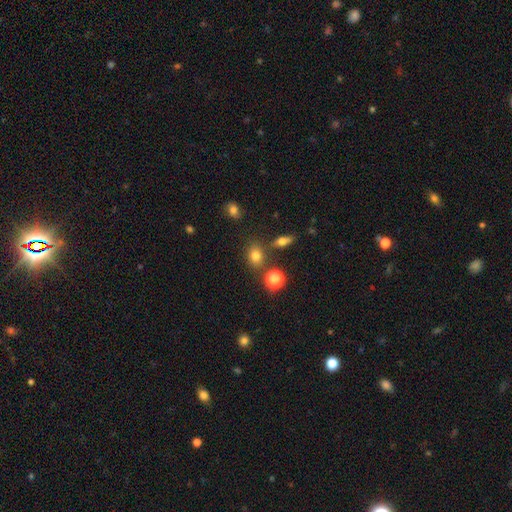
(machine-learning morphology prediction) The model was most divided on "how rounded": round: 50%, in between: 49%, cigar-shaped: 2%. More confident: smooth or featured — smooth (77%); merging — none (74%).